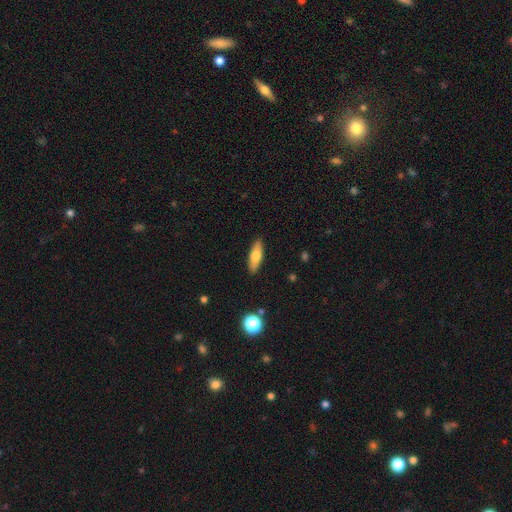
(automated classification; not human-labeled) Smooth or featured?
  - smooth: 66% *
  - featured or disk: 27%
  - star or artifact: 7%
How rounded?
  - in between: 52% *
  - cigar-shaped: 45%
  - round: 3%
Merging?
  - none: 89% *
  - minor disturbance: 8%
  - major disturbance: 2%
  - merger: 1%